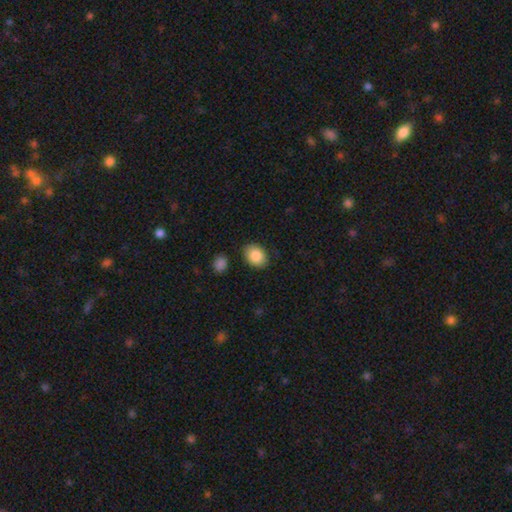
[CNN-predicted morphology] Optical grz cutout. It shows a smooth galaxy with no disk features (87%) that is in between round and cigar-shaped (67%). Merging: none (85%).